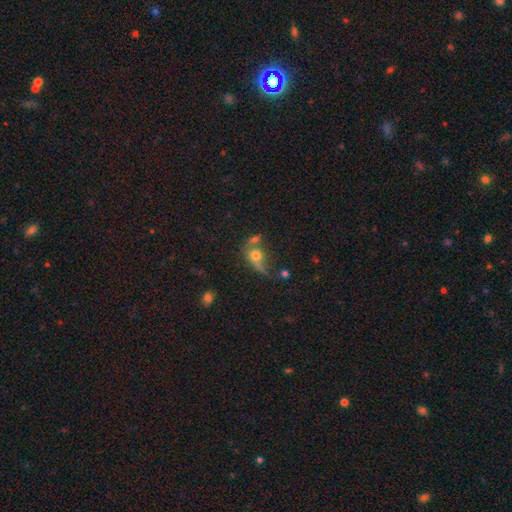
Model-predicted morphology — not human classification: This is possibly a smooth galaxy (59%). How rounded: possibly round (55%). Merging: marginally merger (33%).